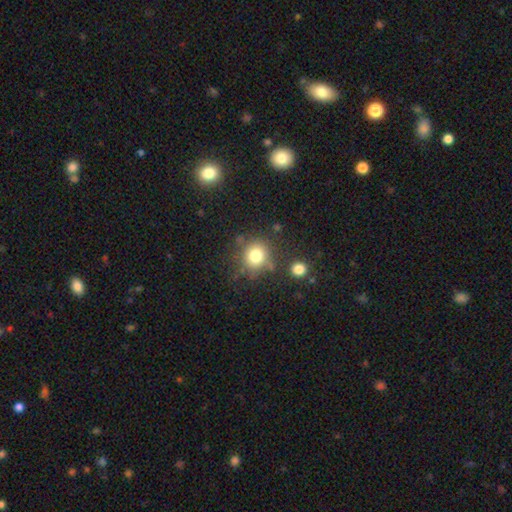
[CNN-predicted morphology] This appears to be a smooth galaxy with no disk features (77%) that is round (86%). Merging: none (74%).